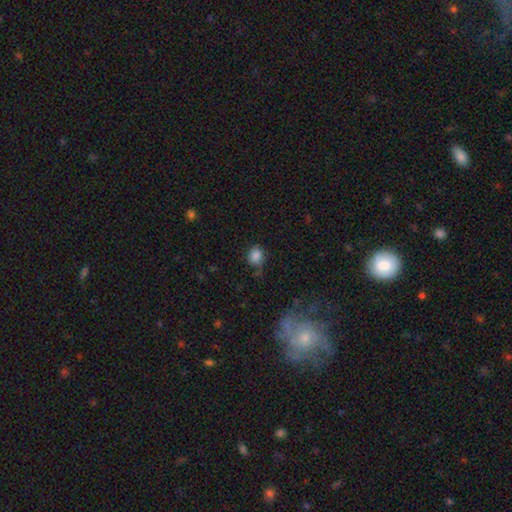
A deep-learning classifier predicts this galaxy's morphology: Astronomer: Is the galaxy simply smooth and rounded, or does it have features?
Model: smooth — 84%.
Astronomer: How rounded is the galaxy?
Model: round — 69%.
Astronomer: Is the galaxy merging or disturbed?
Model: none — 60%.